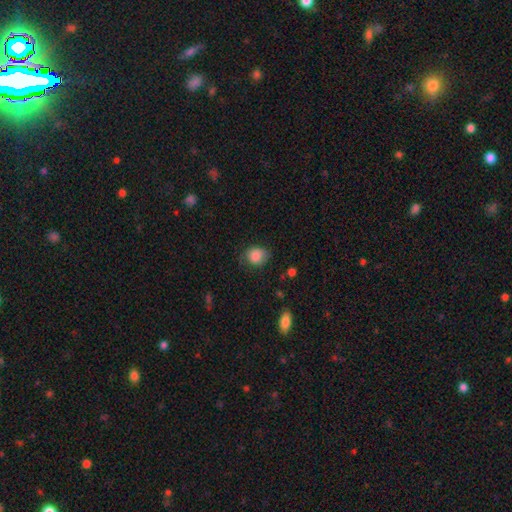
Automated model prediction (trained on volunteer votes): smooth_or_featured: smooth (p=0.85) [alt: star or artifact p=0.08]
how_rounded: round (p=0.57) [alt: in between p=0.42]
merging: none (p=0.62) [alt: minor disturbance p=0.28]